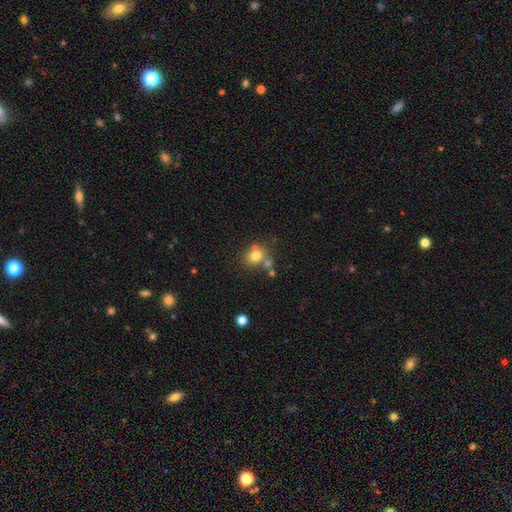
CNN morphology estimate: Smooth or featured: smooth — 75% (star or artifact — 13%)
How rounded: round — 66% (in between — 33%)
Merging: none — 53% (merger — 28%)